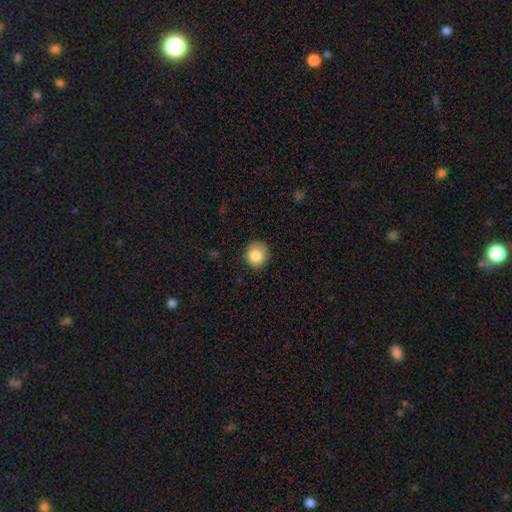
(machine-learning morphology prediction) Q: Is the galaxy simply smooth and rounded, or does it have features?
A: smooth — 85%.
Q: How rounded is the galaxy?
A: round — 89%.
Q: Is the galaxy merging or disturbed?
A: none — 86%.